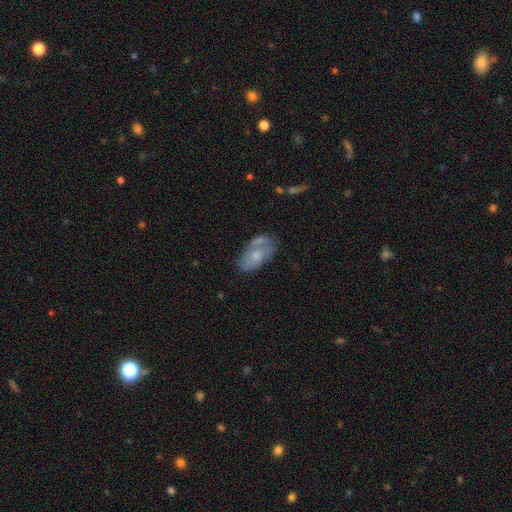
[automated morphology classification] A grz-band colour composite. It shows a smooth galaxy with no disk features (58%) that is in between round and cigar-shaped (92%). Merging: none (51%).